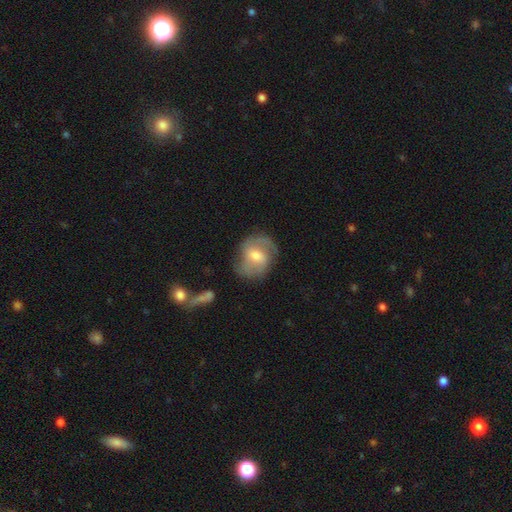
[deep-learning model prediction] smooth-or-featured: featured or disk: 64% | smooth: 29% | star or artifact: 7%
  disk-edge-on: no: 97% | yes: 3%
    bar: weak: 49% | no: 34% | strong: 17%
    has-spiral-arms: yes: 85% | no: 15%
      spiral-winding: medium: 47% | loose: 27% | tight: 26%
      spiral-arm-count: 2: 74% | can't tell: 13% | 1: 6% | 3: 5% | 4: 1% | more than 4: 1%
    bulge-size: moderate: 62% | small: 30% | large: 5% | none: 2% | dominant: 1%
  merging: none: 64% | minor disturbance: 22% | major disturbance: 11% | merger: 3%